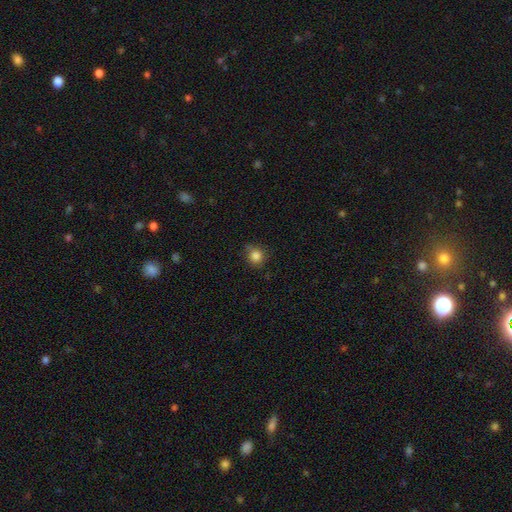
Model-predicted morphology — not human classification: This appears to be a smooth galaxy with no disk features (84%) that is round (87%). Merging: none (76%).